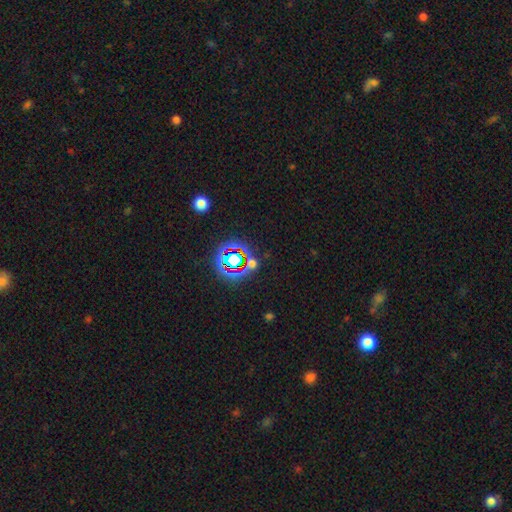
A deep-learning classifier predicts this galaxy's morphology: This is likely a star or artifact rather than a galaxy (74%).